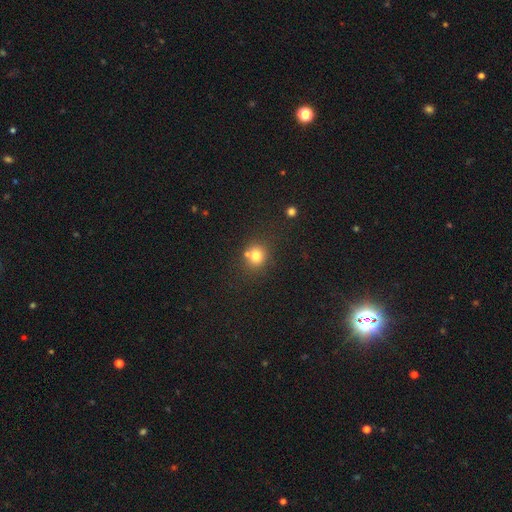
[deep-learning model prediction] smooth 77%, star or artifact 14%, featured or disk 9%. Down the decision tree: how rounded — round (85%); merging — none (68%).